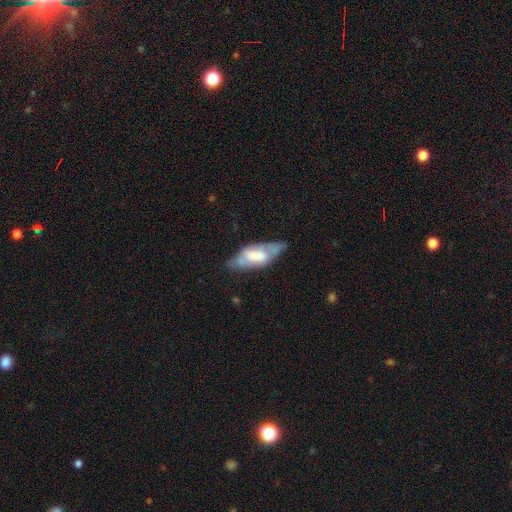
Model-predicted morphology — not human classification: smooth-or-featured: smooth: 48% | featured or disk: 46% | star or artifact: 7%
  merging: none: 41% | minor disturbance: 37% | major disturbance: 17% | merger: 5%